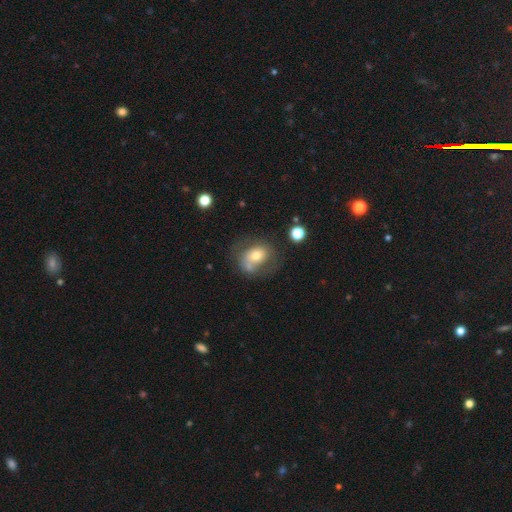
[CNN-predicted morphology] This appears to be a smooth galaxy with no disk features (54%) that is in between round and cigar-shaped (60%). Merging: none (41%).